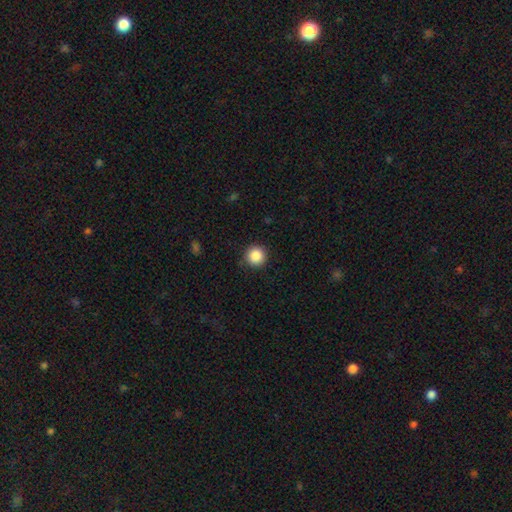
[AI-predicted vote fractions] Smooth or featured? Predicted: smooth (p=0.87). How rounded? Predicted: round (p=0.96). Merging? Predicted: none (p=0.90).